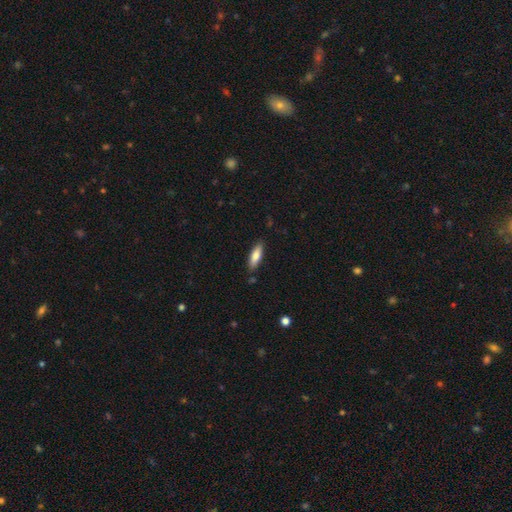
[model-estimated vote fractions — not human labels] A smooth galaxy with no disk features (74%) that is cigar-shaped (51%). Merging: none (84%).